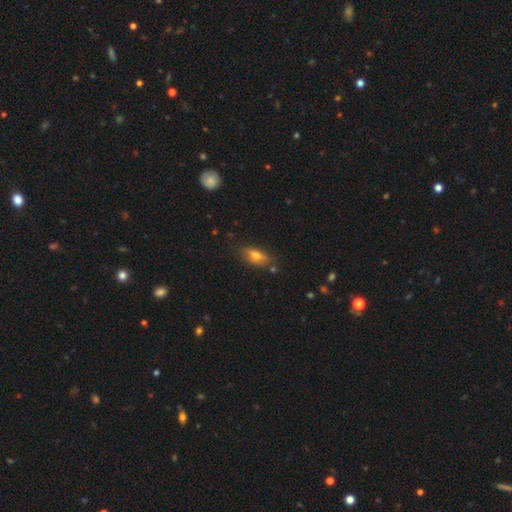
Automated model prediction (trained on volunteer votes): A smooth galaxy with no disk features (67%) that is in between round and cigar-shaped (73%). Merging: none (77%).